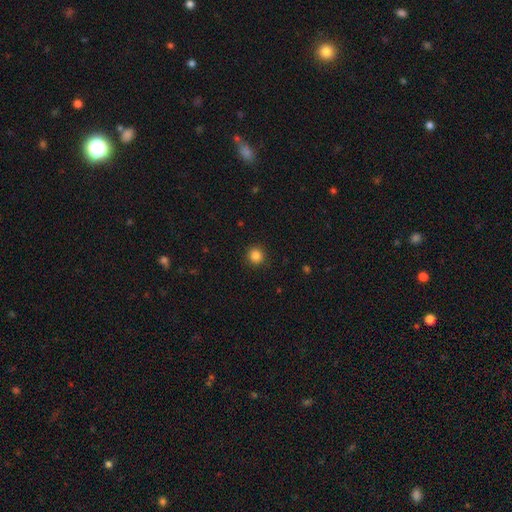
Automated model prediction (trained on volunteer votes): A smooth galaxy with no disk features (85%) that is round (92%). Merging: none (91%).